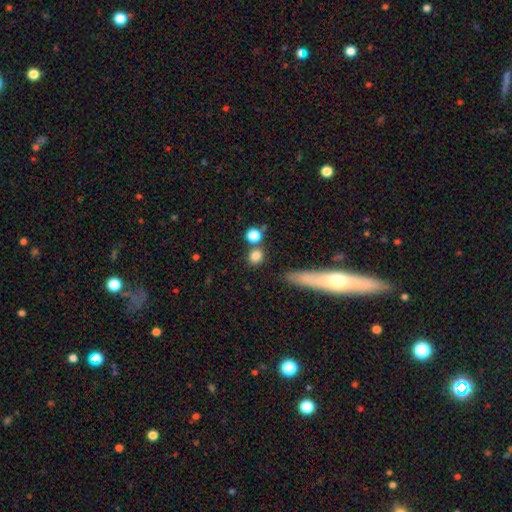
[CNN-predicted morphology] smooth 82%, star or artifact 11%, featured or disk 7%. Down the decision tree: how rounded — round (76%); merging — none (73%).